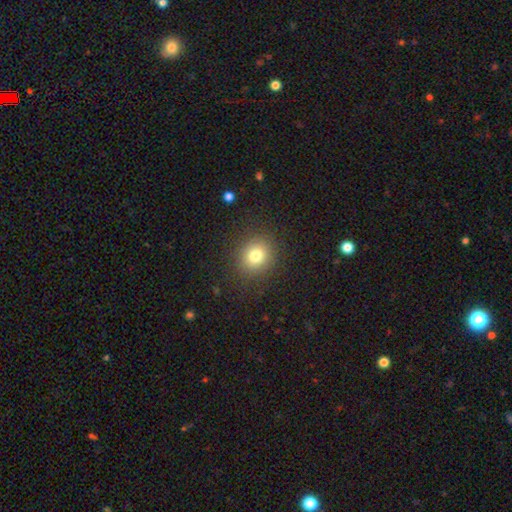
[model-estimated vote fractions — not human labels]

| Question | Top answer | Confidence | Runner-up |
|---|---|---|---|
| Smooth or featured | smooth | 78% | star or artifact (13%) |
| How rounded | round | 79% | in between (21%) |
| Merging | none | 87% | minor disturbance (8%) |